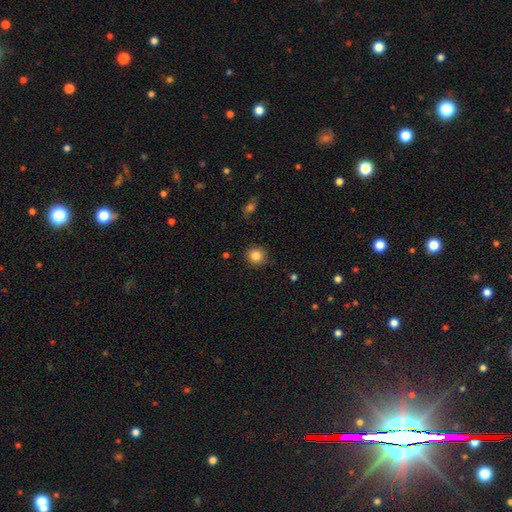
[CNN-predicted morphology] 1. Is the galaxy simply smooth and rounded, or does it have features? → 84% smooth, 10% star or artifact, 6% featured or disk.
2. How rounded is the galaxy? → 91% round, 8% in between, 1% cigar-shaped.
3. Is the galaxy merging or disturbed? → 88% none, 9% minor disturbance, 2% major disturbance, 1% merger.